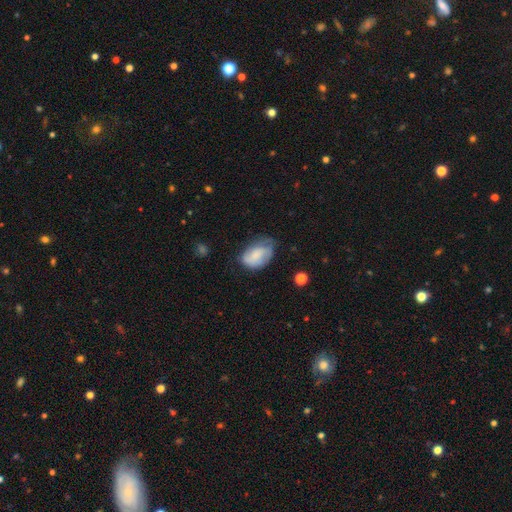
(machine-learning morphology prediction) Smooth or featured?
  - smooth: 65% *
  - featured or disk: 28%
  - star or artifact: 8%
How rounded?
  - in between: 86% *
  - round: 12%
  - cigar-shaped: 1%
Merging?
  - none: 41% *
  - minor disturbance: 39%
  - major disturbance: 18%
  - merger: 2%